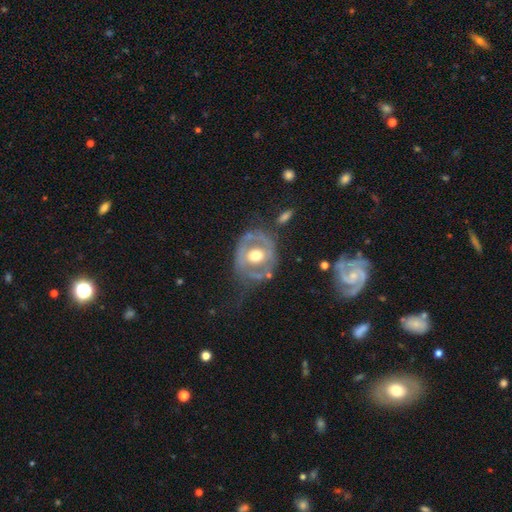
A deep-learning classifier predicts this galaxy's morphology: The model was most divided on "spiral arms": no: 63%, yes: 37%. More confident: edge-on disk — no (95%); bar — no (75%); bulge size — moderate (70%); smooth or featured — featured or disk (66%); merging — none (50%).